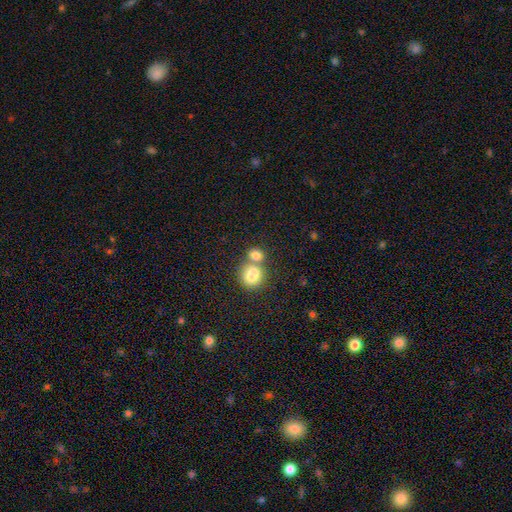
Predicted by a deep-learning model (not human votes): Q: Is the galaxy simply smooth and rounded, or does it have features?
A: smooth — 64%.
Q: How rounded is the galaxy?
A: round — 88%.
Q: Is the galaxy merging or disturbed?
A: none — 66%.